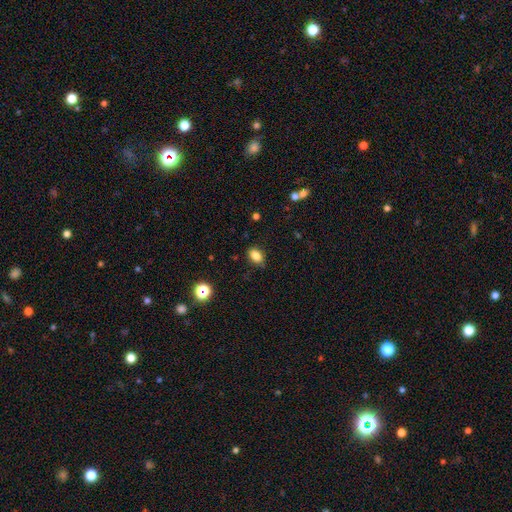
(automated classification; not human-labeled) A smooth galaxy with no disk features (84%) that is in between round and cigar-shaped (79%).

Vote fractions:
- Smooth or featured? smooth: 84% / star or artifact: 11% / featured or disk: 5%
- How rounded? in between: 79% / round: 19% / cigar-shaped: 2%
- Merging? none: 84% / minor disturbance: 12% / major disturbance: 3% / merger: 1%